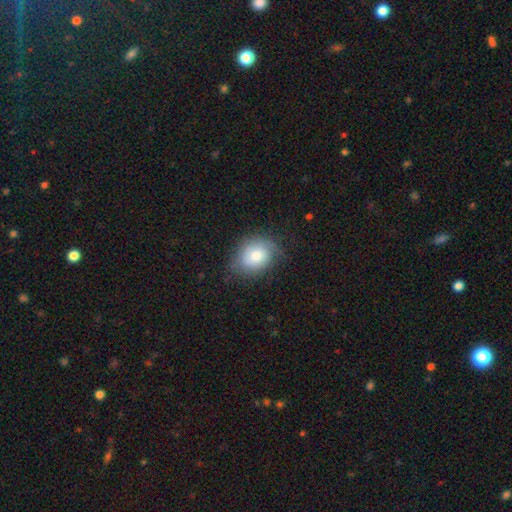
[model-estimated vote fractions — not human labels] Smooth or featured? Predicted: smooth (p=0.73). How rounded? Predicted: in between (p=0.50). Merging? Predicted: none (p=0.68).